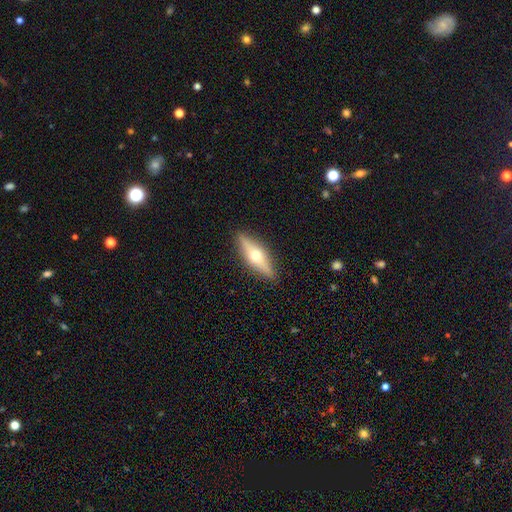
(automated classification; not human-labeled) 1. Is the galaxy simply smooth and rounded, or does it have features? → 57% featured or disk, 37% smooth, 6% star or artifact.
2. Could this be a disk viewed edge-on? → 93% yes, 7% no.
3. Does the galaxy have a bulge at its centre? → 94% rounded, 3% boxy, 3% none.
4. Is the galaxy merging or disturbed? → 89% none, 8% minor disturbance, 2% major disturbance, 1% merger.